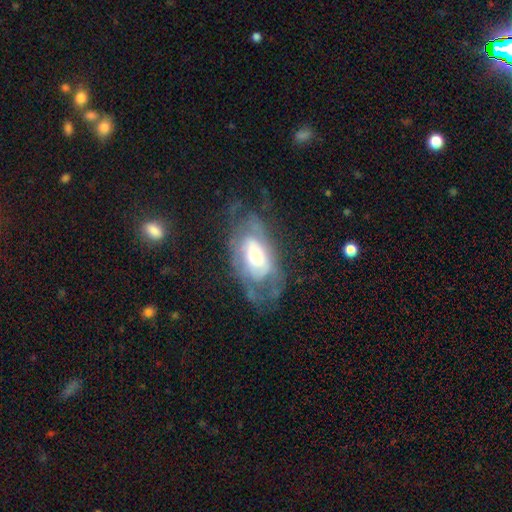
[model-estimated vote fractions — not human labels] featured or disk 74%, smooth 20%, star or artifact 6%. Down the decision tree: edge-on disk — no (92%); bar — no (52%); spiral arms — yes (73%); bulge size — moderate (61%); merging — none (51%).